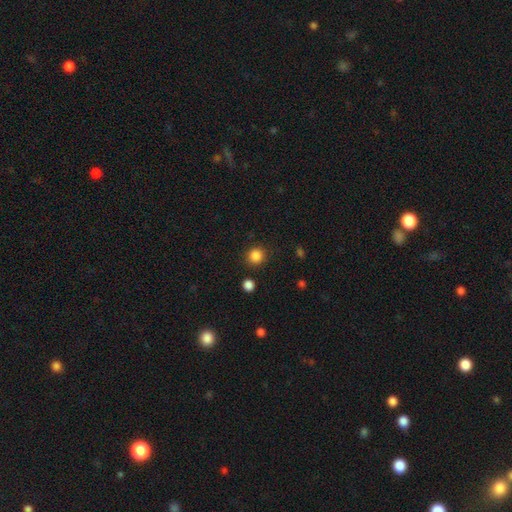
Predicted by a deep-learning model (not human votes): A smooth galaxy with no disk features (86%) that is round (92%).

Vote fractions:
- Smooth or featured? smooth: 86% / star or artifact: 11% / featured or disk: 3%
- How rounded? round: 92% / in between: 7% / cigar-shaped: 1%
- Merging? none: 88% / minor disturbance: 7% / major disturbance: 3% / merger: 2%